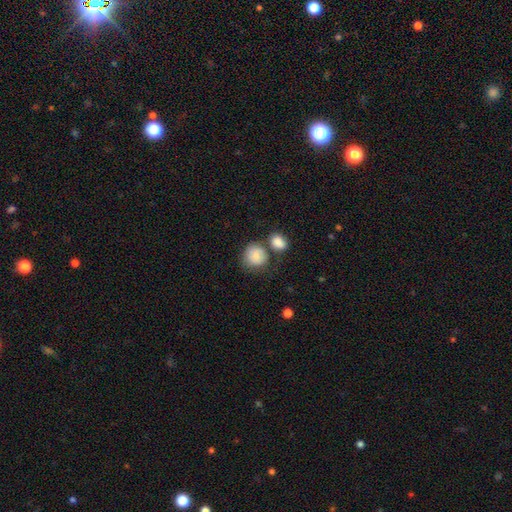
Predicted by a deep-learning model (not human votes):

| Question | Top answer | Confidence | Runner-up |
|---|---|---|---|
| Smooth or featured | smooth | 82% | featured or disk (10%) |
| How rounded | round | 80% | in between (19%) |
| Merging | none | 52% | merger (25%) |